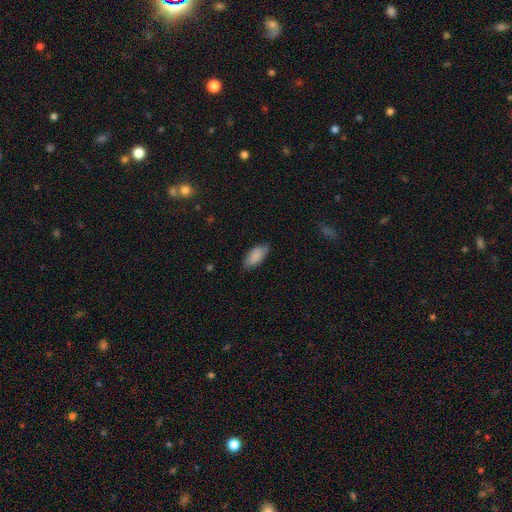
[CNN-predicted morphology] Q: Smooth or featured?
A: smooth (86%); runner-up: featured or disk (8%)
Q: How rounded?
A: in between (89%); runner-up: cigar-shaped (9%)
Q: Merging?
A: none (76%); runner-up: minor disturbance (20%)